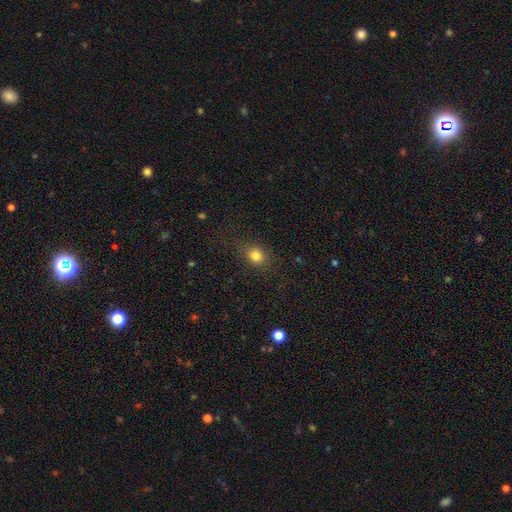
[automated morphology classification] smooth_or_featured: smooth (p=0.80) [alt: star or artifact p=0.13]
how_rounded: round (p=0.56) [alt: in between p=0.42]
merging: none (p=0.81) [alt: minor disturbance p=0.12]